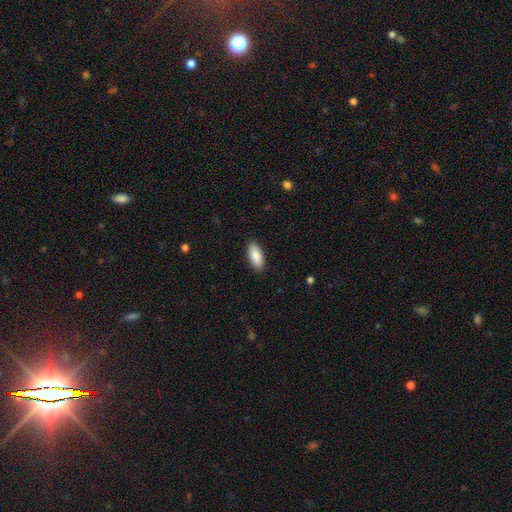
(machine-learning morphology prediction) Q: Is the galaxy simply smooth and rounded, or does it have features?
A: smooth — 88%.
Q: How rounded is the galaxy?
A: in between — 85%.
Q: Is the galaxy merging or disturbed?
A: none — 90%.